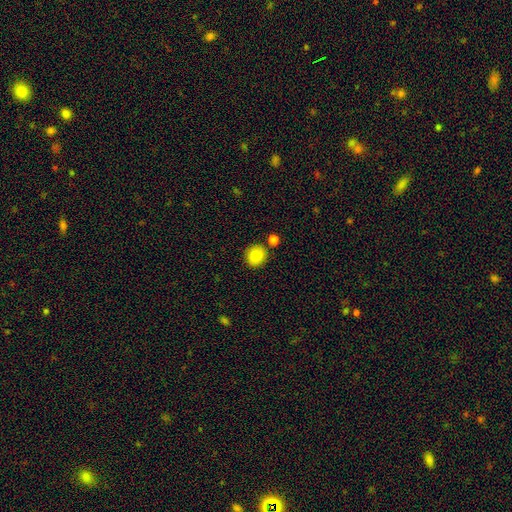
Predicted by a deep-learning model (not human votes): smooth 85%, star or artifact 9%, featured or disk 6%. Down the decision tree: how rounded — round (82%); merging — none (82%).